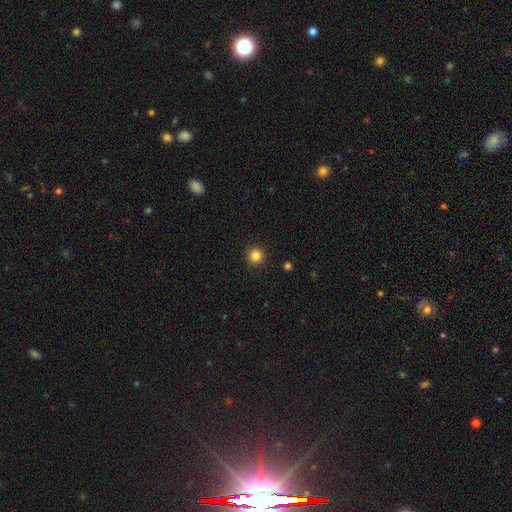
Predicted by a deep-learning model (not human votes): Smooth or featured?
  - smooth: 83% *
  - star or artifact: 12%
  - featured or disk: 4%
How rounded?
  - round: 96% *
  - in between: 3%
  - cigar-shaped: 1%
Merging?
  - none: 93% *
  - minor disturbance: 4%
  - major disturbance: 2%
  - merger: 1%